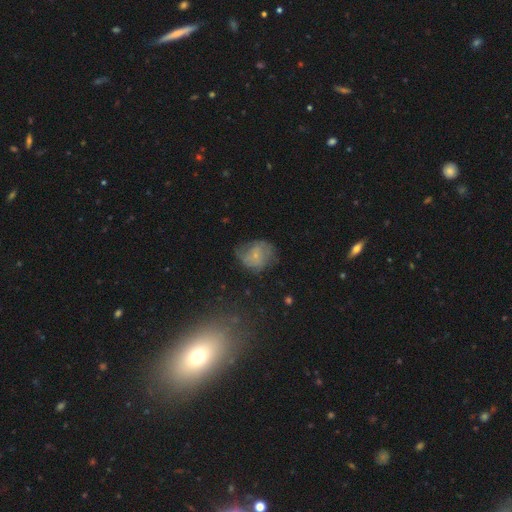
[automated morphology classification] A smooth galaxy with no disk features (45%). Merging: none (51%).